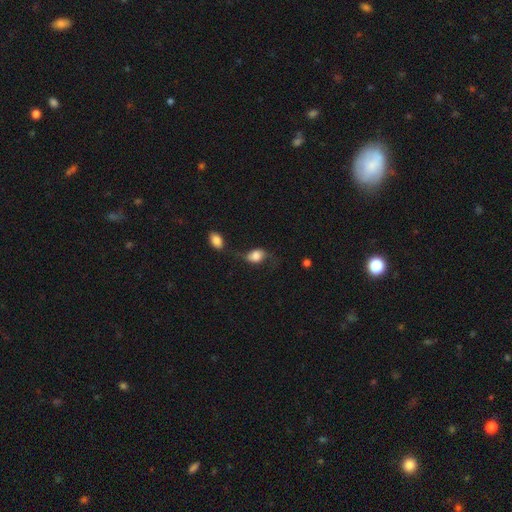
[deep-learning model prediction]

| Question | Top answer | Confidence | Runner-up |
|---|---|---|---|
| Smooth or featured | smooth | 68% | featured or disk (22%) |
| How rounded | in between | 71% | round (27%) |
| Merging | none | 38% | minor disturbance (27%) |